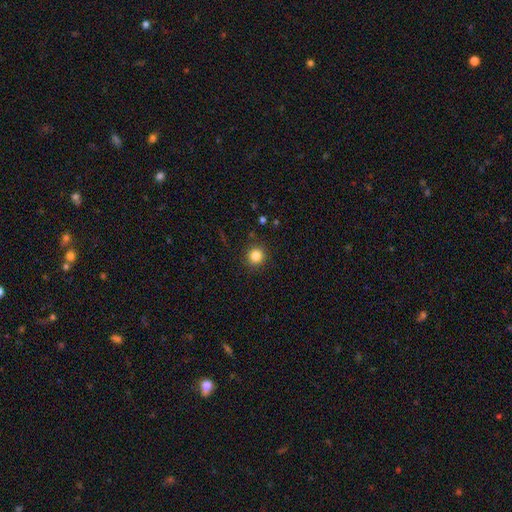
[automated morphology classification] The model was most divided on "smooth or featured": smooth: 84%, star or artifact: 12%, featured or disk: 4%. More confident: how rounded — round (92%); merging — none (91%).